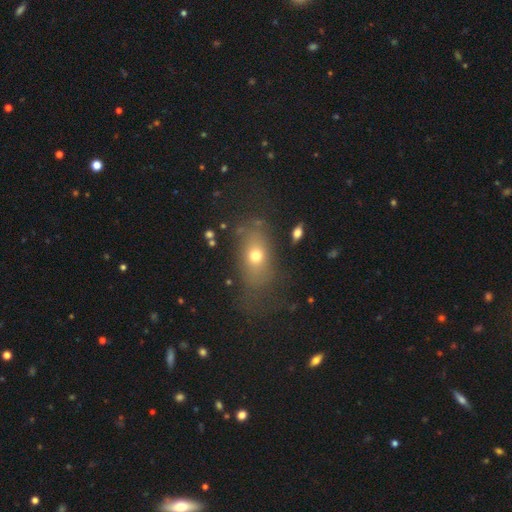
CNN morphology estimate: This is likely a smooth galaxy (67%). How rounded: likely in between (74%). Merging: likely none (60%).